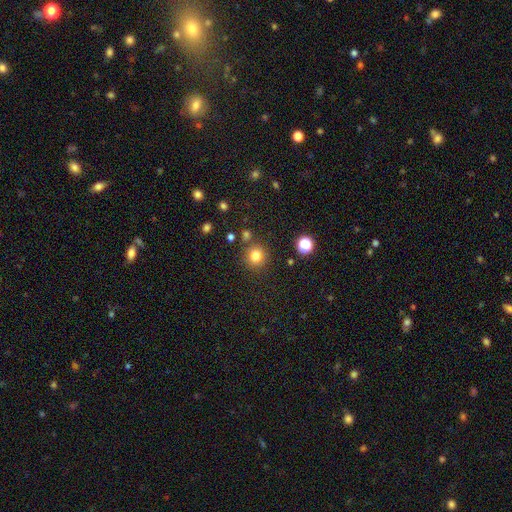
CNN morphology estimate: smooth_or_featured: smooth (p=0.80) [alt: star or artifact p=0.15]
how_rounded: round (p=0.92) [alt: in between p=0.07]
merging: none (p=0.83) [alt: minor disturbance p=0.08]